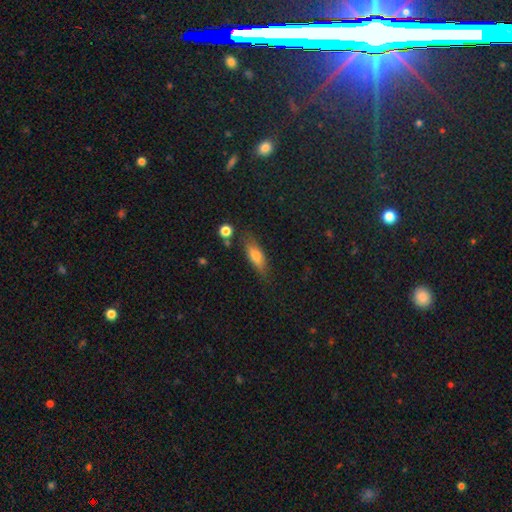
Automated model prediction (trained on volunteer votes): smooth-or-featured: smooth: 68% | featured or disk: 23% | star or artifact: 9%
  how-rounded: in between: 59% | cigar-shaped: 37% | round: 3%
  merging: none: 75% | minor disturbance: 17% | major disturbance: 5% | merger: 4%